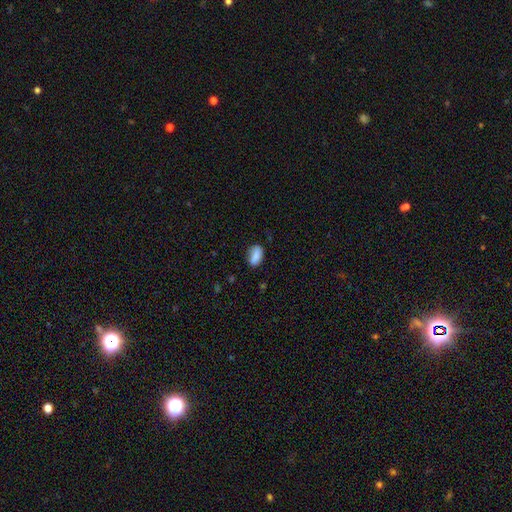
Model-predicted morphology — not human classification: Q: Smooth or featured?
A: smooth (84%); runner-up: star or artifact (8%)
Q: How rounded?
A: in between (89%); runner-up: round (7%)
Q: Merging?
A: none (69%); runner-up: minor disturbance (23%)